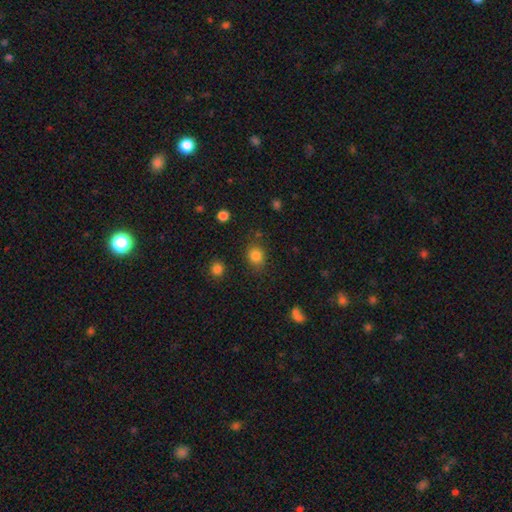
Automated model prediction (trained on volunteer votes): smooth-or-featured: smooth: 82% | star or artifact: 12% | featured or disk: 6%
  how-rounded: round: 66% | in between: 33% | cigar-shaped: 1%
  merging: none: 79% | minor disturbance: 13% | major disturbance: 4% | merger: 4%